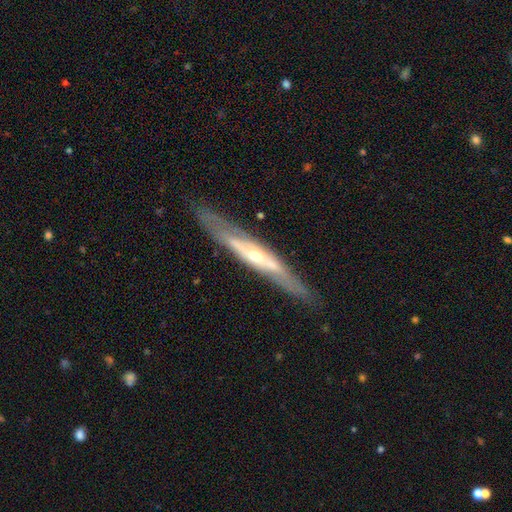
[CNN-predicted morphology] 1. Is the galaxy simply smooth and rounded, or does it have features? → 76% featured or disk, 19% smooth, 6% star or artifact.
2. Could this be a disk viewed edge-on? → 76% yes, 24% no.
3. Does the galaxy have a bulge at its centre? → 73% rounded, 22% none, 5% boxy.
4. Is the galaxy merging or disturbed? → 84% none, 11% minor disturbance, 3% major disturbance, 1% merger.